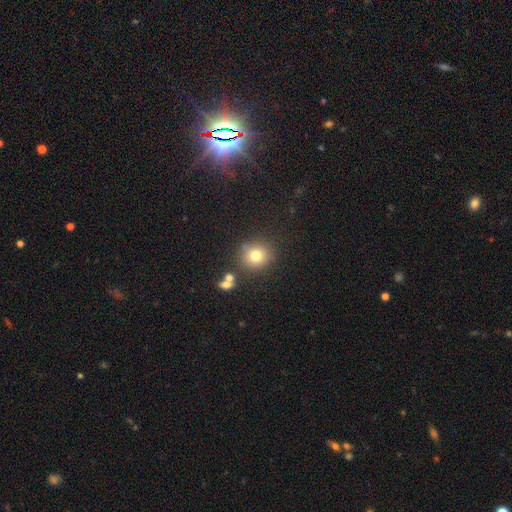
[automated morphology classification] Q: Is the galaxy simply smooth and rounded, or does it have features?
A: smooth — 76%.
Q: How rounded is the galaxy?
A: round — 87%.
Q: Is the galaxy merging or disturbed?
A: none — 79%.